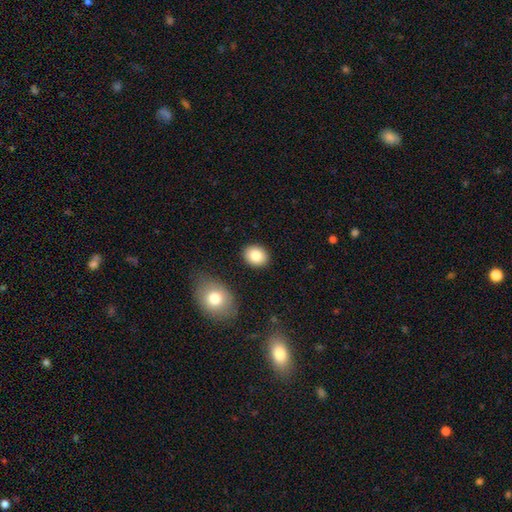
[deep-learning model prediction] This appears to be a smooth galaxy with no disk features (83%) that is in between round and cigar-shaped (54%). Merging: none (87%).